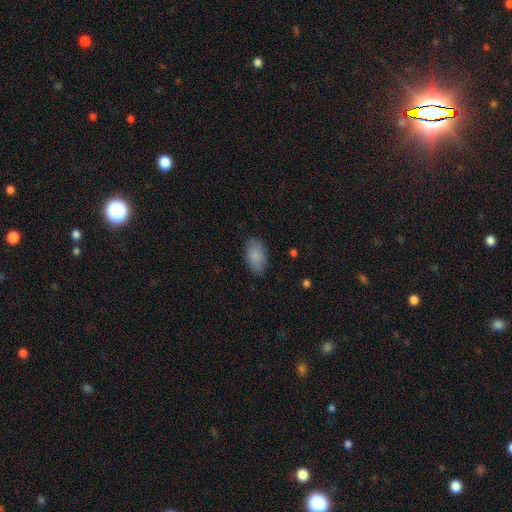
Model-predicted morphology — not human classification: This is clearly a smooth galaxy (87%). How rounded: clearly in between (94%). Merging: clearly none (84%).